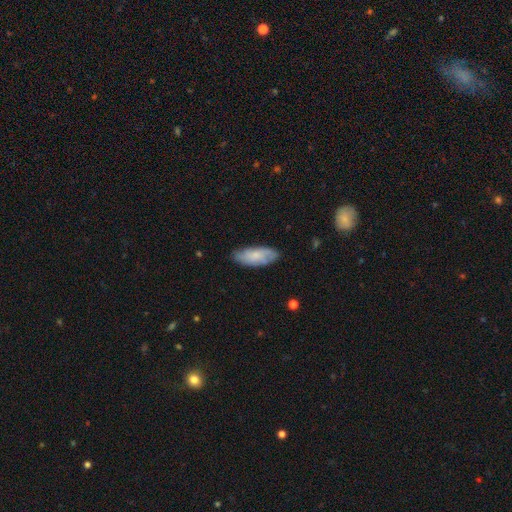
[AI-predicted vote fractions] Smooth or featured? Predicted: smooth (p=0.66). How rounded? Predicted: in between (p=0.80). Merging? Predicted: none (p=0.79).